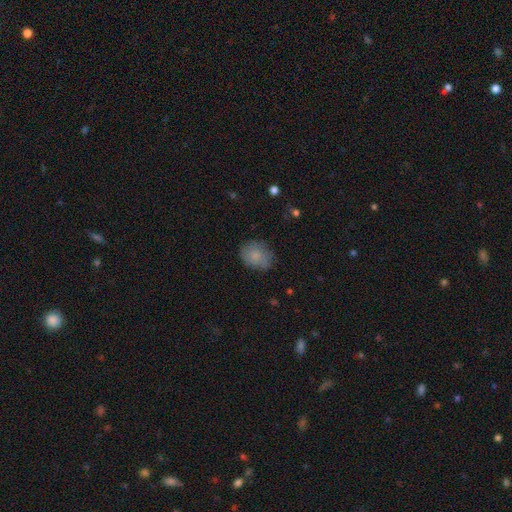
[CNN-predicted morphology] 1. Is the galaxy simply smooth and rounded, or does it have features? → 81% smooth, 11% featured or disk, 8% star or artifact.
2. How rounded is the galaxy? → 54% in between, 45% round, 1% cigar-shaped.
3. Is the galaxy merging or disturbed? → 71% none, 22% minor disturbance, 6% major disturbance, 2% merger.